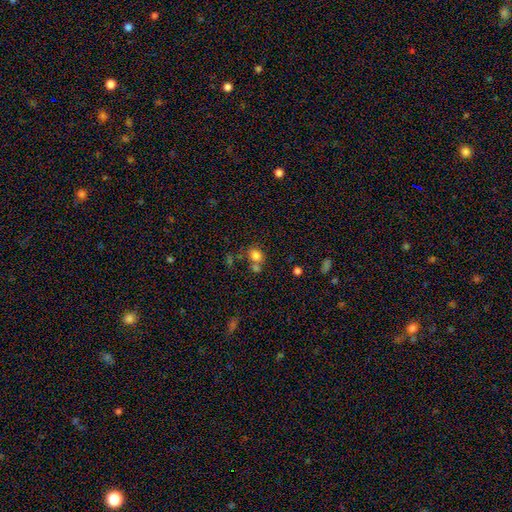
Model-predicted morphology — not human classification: smooth-or-featured: smooth: 79% | star or artifact: 13% | featured or disk: 9%
  how-rounded: round: 64% | in between: 35% | cigar-shaped: 1%
  merging: none: 49% | merger: 35% | minor disturbance: 11% | major disturbance: 5%